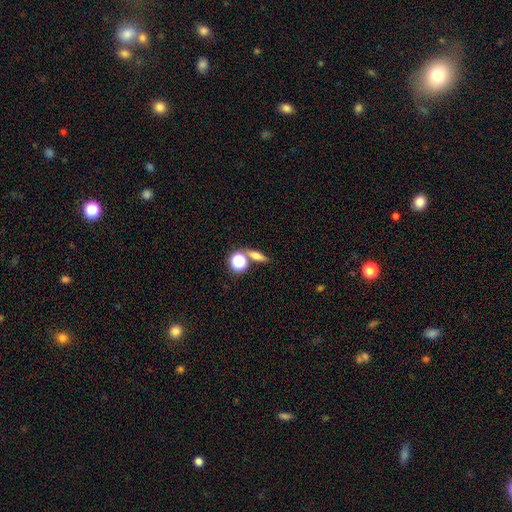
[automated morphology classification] smooth_or_featured: smooth (p=0.61) [alt: featured or disk p=0.22]
how_rounded: in between (p=0.38) [tied with: cigar-shaped p=0.38]
merging: none (p=0.70) [alt: merger p=0.16]